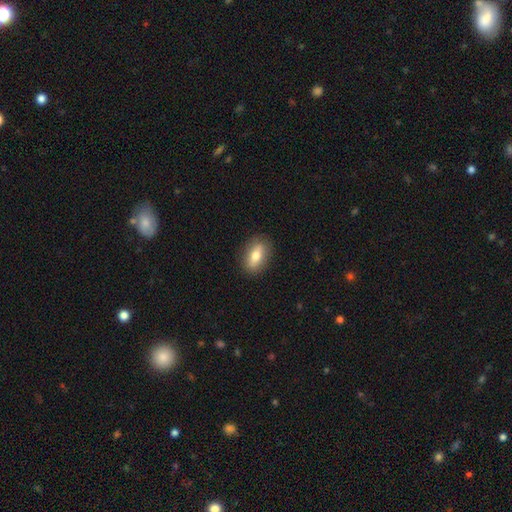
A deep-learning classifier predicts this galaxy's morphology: smooth-or-featured: smooth: 70% | featured or disk: 23% | star or artifact: 7%
  how-rounded: in between: 81% | cigar-shaped: 11% | round: 7%
  merging: none: 87% | minor disturbance: 10% | major disturbance: 2% | merger: 1%